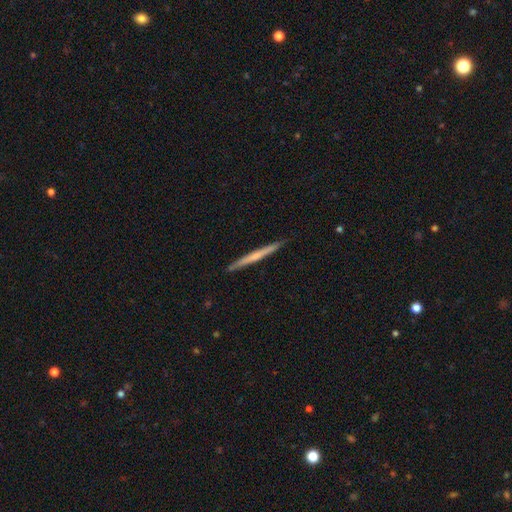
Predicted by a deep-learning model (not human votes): smooth-or-featured: featured or disk: 50% | smooth: 45% | star or artifact: 5%
  disk-edge-on: yes: 98% | no: 2%
  merging: none: 92% | minor disturbance: 6% | major disturbance: 1% | merger: 1%